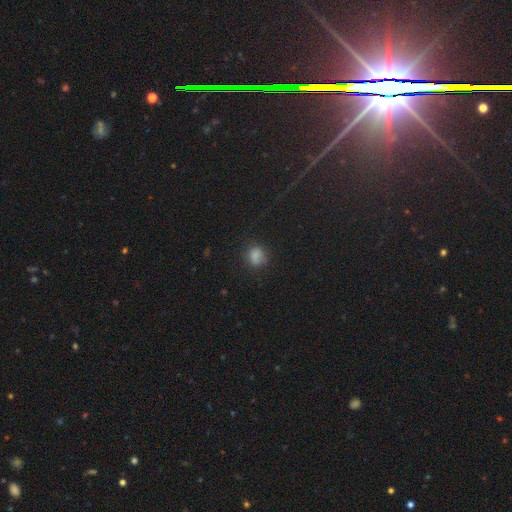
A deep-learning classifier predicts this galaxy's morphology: This appears to be a smooth galaxy with no disk features (79%) that is round (66%). Merging: none (68%).